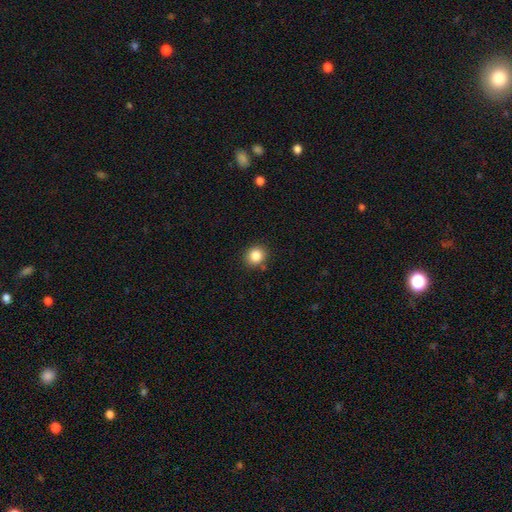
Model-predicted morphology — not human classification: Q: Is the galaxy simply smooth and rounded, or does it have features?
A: smooth — 85%.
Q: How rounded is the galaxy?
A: round — 79%.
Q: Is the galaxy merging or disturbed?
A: none — 86%.